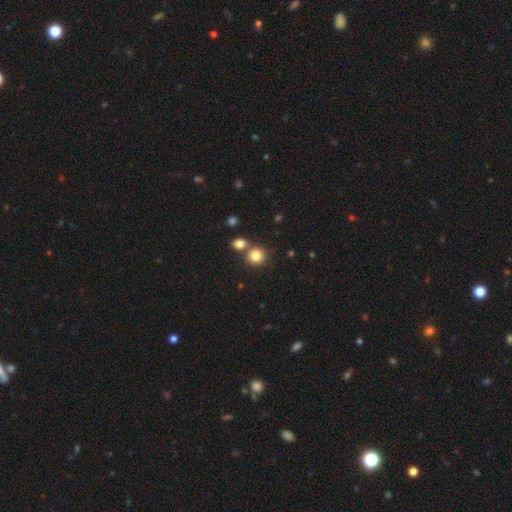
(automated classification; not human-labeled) Smooth or featured? smooth (82%)
How rounded? round (88%)
Merging? none (66%)